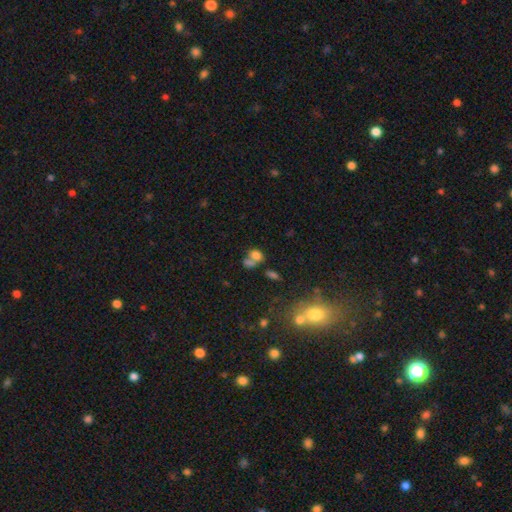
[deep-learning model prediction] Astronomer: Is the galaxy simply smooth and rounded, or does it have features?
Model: smooth — 71%.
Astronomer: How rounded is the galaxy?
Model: in between — 60% (runner-up: round, 38%).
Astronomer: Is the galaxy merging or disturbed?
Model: merger — 51% (runner-up: none, 32%).